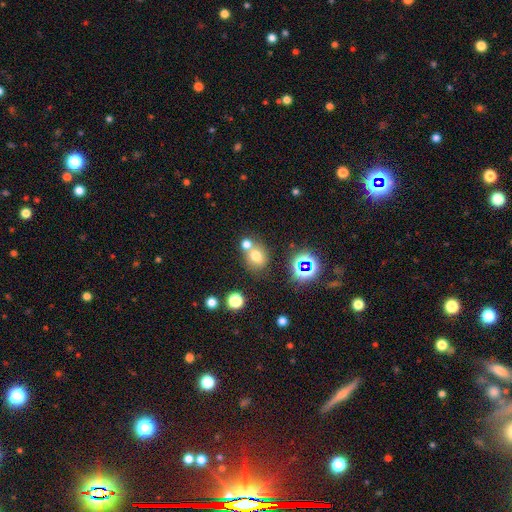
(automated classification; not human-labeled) The model was most divided on "merging": none: 53%, merger: 32%, minor disturbance: 11%, major disturbance: 4%. More confident: smooth or featured — smooth (67%); how rounded — round (61%).